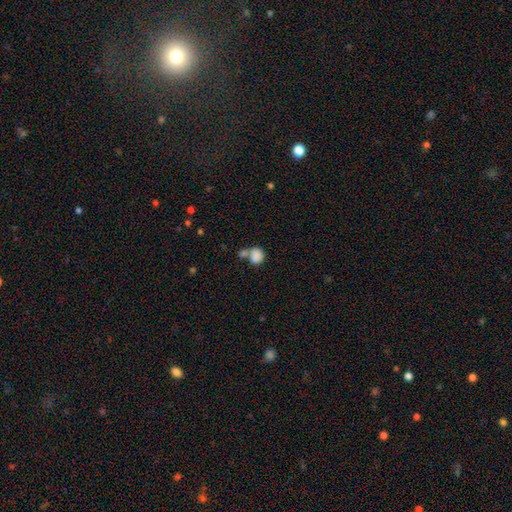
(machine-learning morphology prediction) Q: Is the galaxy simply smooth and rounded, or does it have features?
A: smooth — 83%.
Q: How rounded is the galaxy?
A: round — 71%.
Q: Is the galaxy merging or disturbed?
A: merger — 49%.